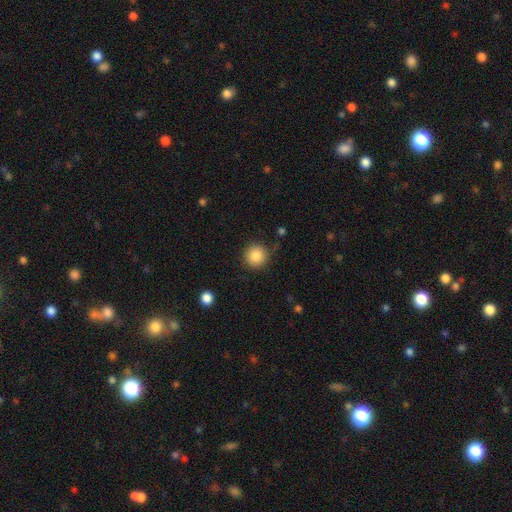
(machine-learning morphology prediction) Smooth or featured? Predicted: smooth (p=0.86). How rounded? Predicted: round (p=0.95). Merging? Predicted: none (p=0.87).